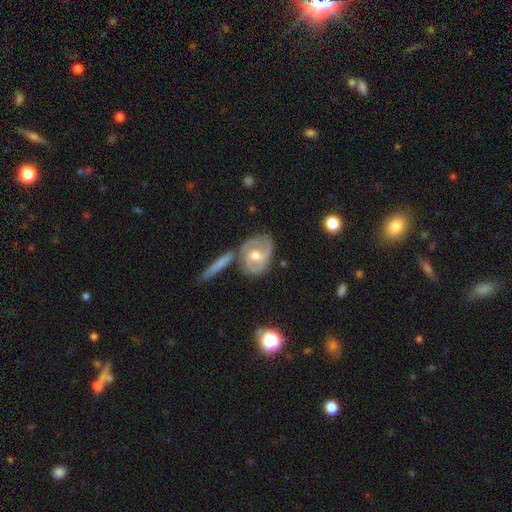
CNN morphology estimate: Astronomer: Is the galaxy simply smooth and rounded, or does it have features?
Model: featured or disk — 66%.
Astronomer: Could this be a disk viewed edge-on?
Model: no — 91%.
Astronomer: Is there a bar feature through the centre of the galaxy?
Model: no — 51% (runner-up: weak, 37%).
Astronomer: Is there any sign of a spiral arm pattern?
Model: yes — 75%.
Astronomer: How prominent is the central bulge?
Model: moderate — 77%.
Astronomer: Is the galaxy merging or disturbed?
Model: none — 59%.